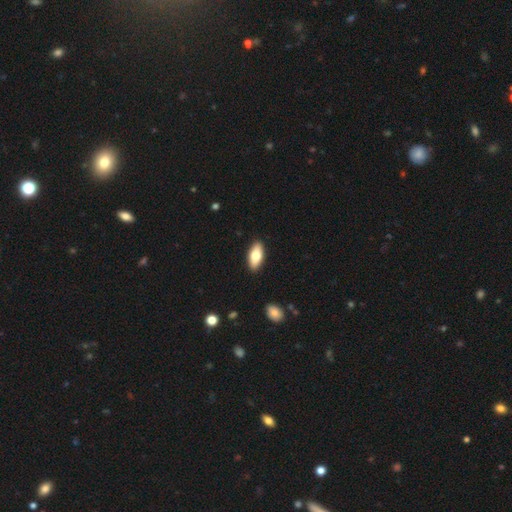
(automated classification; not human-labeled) This is likely a smooth galaxy (75%). How rounded: clearly in between (84%). Merging: clearly none (90%).